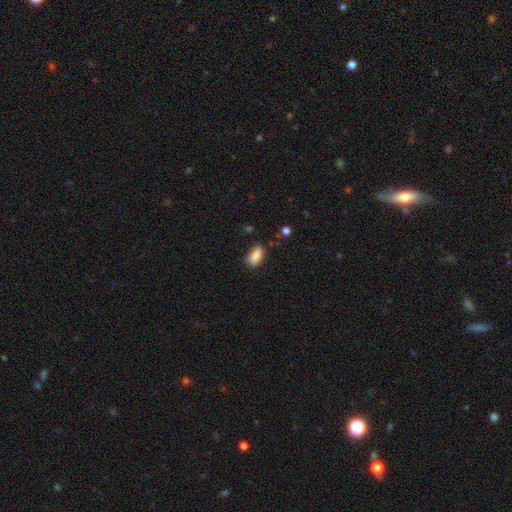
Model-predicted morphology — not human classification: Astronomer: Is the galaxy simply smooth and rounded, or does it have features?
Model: smooth — 87%.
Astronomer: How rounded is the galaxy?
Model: in between — 89%.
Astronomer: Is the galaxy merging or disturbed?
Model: none — 69%.